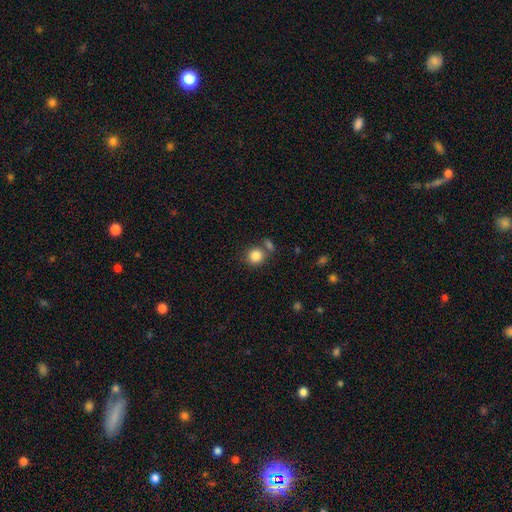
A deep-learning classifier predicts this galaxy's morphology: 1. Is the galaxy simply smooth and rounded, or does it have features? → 85% smooth, 10% star or artifact, 5% featured or disk.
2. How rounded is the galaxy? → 87% round, 12% in between, 1% cigar-shaped.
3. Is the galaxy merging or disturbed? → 67% none, 19% merger, 10% minor disturbance, 4% major disturbance.